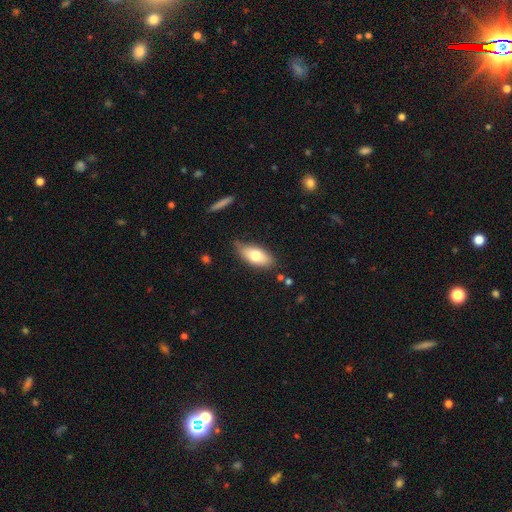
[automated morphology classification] Q: Smooth or featured?
A: smooth (72%); runner-up: featured or disk (21%)
Q: How rounded?
A: in between (88%); runner-up: cigar-shaped (8%)
Q: Merging?
A: none (74%); runner-up: minor disturbance (20%)